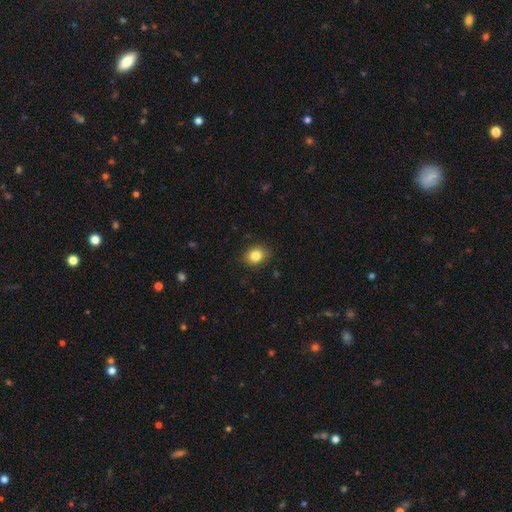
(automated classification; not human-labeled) Morphology: type=smooth (83%); roundness=round (51%); merging=none (87%).